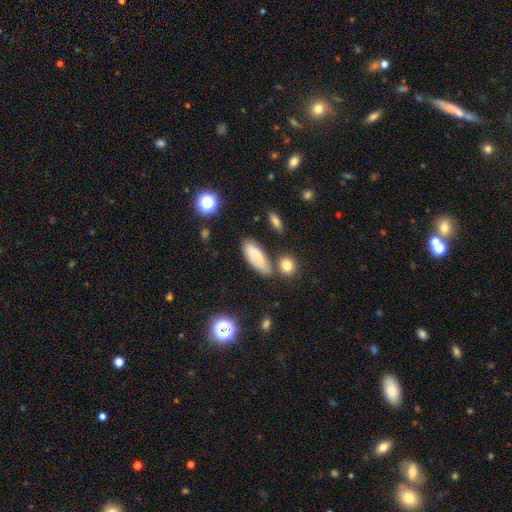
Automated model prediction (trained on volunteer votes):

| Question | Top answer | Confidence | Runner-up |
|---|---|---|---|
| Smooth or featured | smooth | 78% | featured or disk (13%) |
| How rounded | in between | 76% | cigar-shaped (21%) |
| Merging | none | 69% | minor disturbance (18%) |